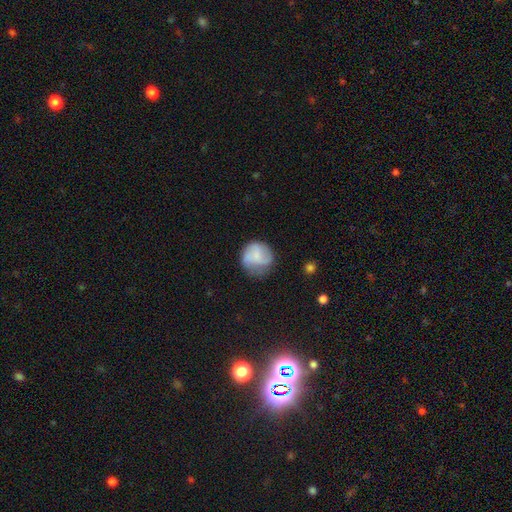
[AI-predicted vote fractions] Q: Smooth or featured?
A: smooth (55%); runner-up: featured or disk (37%)
Q: How rounded?
A: round (85%); runner-up: in between (14%)
Q: Merging?
A: none (56%); runner-up: minor disturbance (27%)